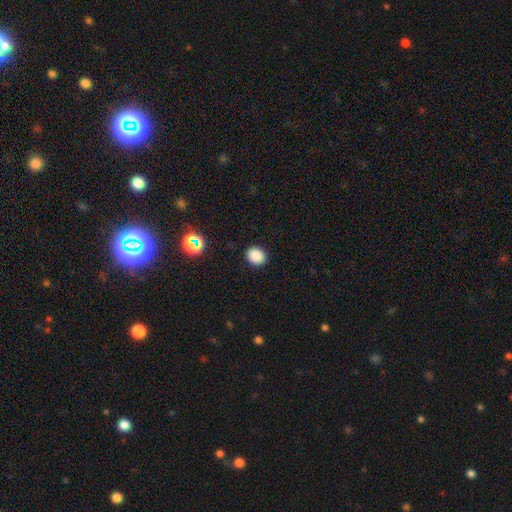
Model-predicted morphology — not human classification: Smooth or featured? smooth (86%)
How rounded? round (55%)
Merging? none (90%)